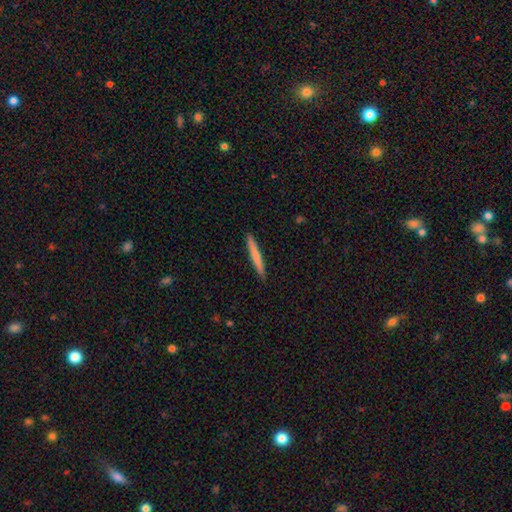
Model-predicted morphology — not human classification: Smooth or featured? Predicted: smooth (p=0.69). How rounded? Predicted: cigar-shaped (p=0.96). Merging? Predicted: none (p=0.92).